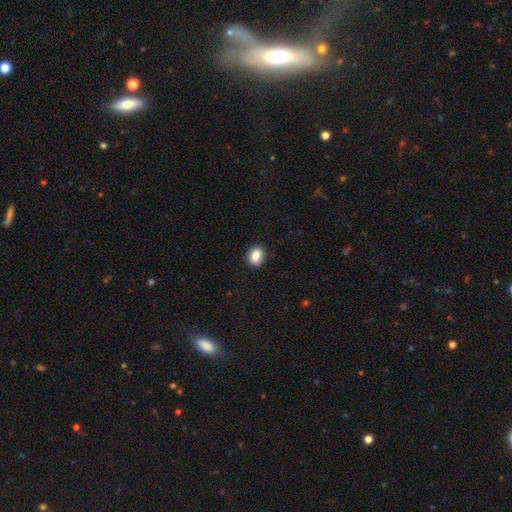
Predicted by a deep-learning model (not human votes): The model was most divided on "how rounded": in between: 52%, round: 47%, cigar-shaped: 1%. More confident: merging — none (90%); smooth or featured — smooth (86%).